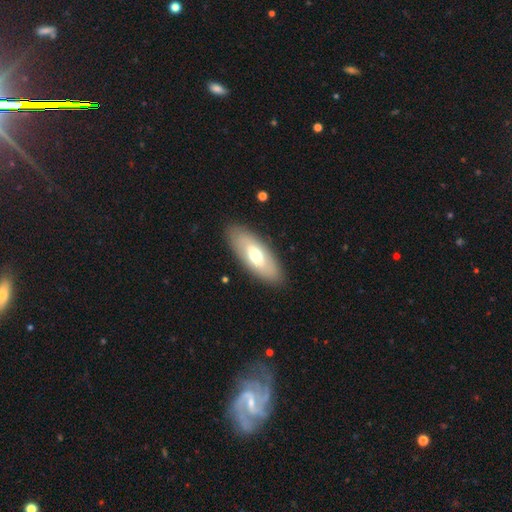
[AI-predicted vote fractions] Morphology: type=smooth (59%); roundness=in between (81%); merging=none (87%).